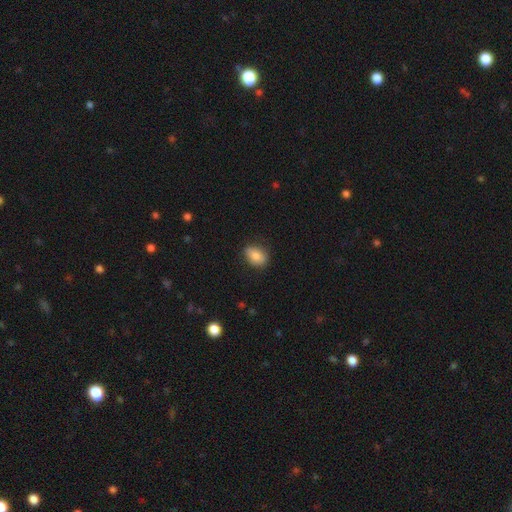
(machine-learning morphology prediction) smooth-or-featured: smooth: 82% | featured or disk: 10% | star or artifact: 8%
  how-rounded: in between: 75% | round: 24% | cigar-shaped: 1%
  merging: none: 80% | minor disturbance: 16% | major disturbance: 3% | merger: 1%